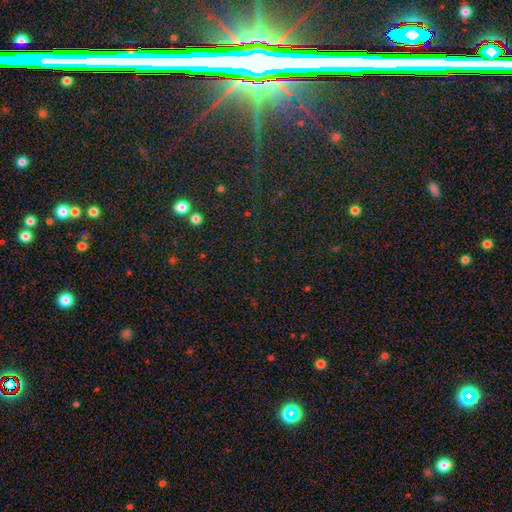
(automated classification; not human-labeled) Smooth or featured? Predicted: star or artifact (p=0.73).